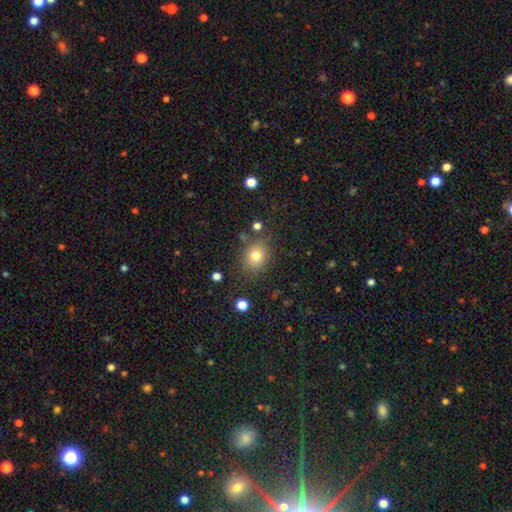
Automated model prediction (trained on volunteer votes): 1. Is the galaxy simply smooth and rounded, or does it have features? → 78% smooth, 13% star or artifact, 10% featured or disk.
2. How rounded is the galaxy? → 55% round, 44% in between, 1% cigar-shaped.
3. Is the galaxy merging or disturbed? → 79% none, 13% minor disturbance, 5% major disturbance, 4% merger.